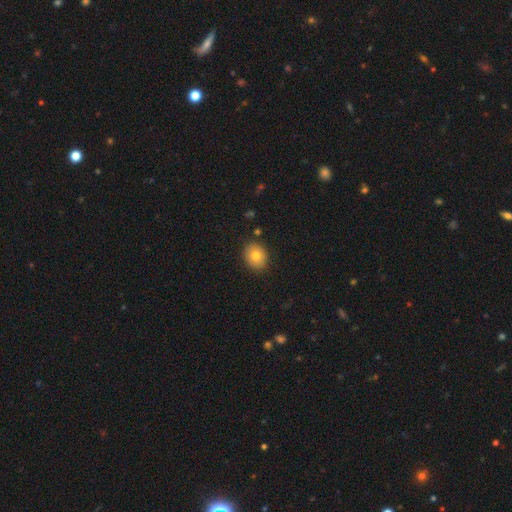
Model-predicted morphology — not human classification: A smooth galaxy with no disk features (78%) that is round (60%).

Vote fractions:
- Smooth or featured? smooth: 78% / featured or disk: 13% / star or artifact: 9%
- How rounded? round: 60% / in between: 39% / cigar-shaped: 1%
- Merging? none: 88% / minor disturbance: 9% / major disturbance: 2% / merger: 1%